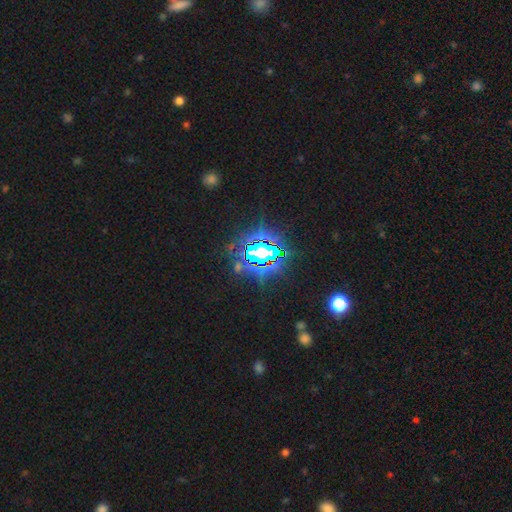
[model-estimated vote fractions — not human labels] This appears to be a star or artifact, not a galaxy (81%).